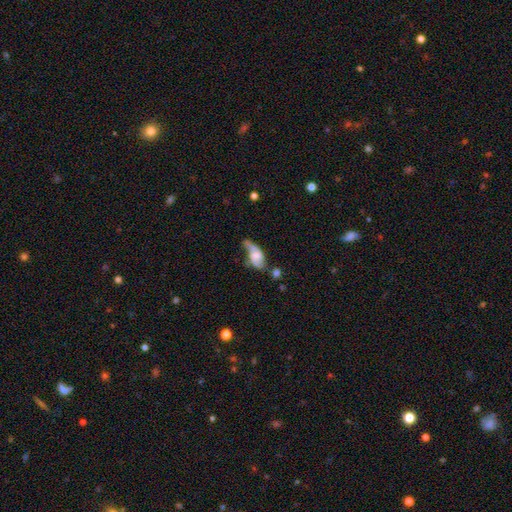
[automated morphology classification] smooth_or_featured: featured or disk (p=0.55) [alt: smooth p=0.36]
disk_edge_on: no (p=0.89) [alt: yes p=0.11]
merging: major disturbance (p=0.29) [alt: none p=0.28]